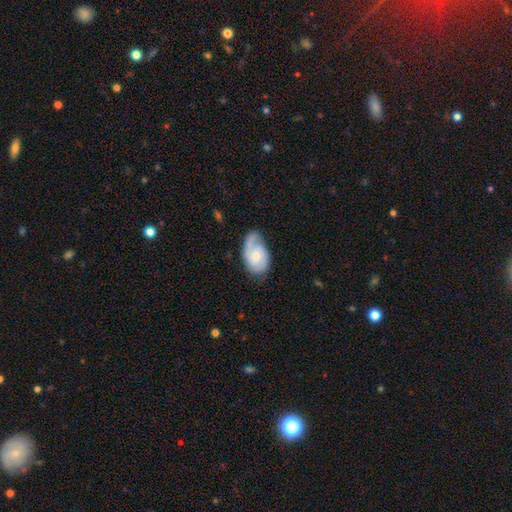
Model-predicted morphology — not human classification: Smooth or featured? Predicted: featured or disk (p=0.65). Edge-on disk? Predicted: no (p=0.96). Bar? Predicted: no (p=0.60). Spiral arms? Predicted: yes (p=0.90). Spiral winding? Predicted: medium (p=0.42). Spiral arm count? Predicted: 2 (p=0.51). Bulge size? Predicted: moderate (p=0.48). Merging? Predicted: none (p=0.55).